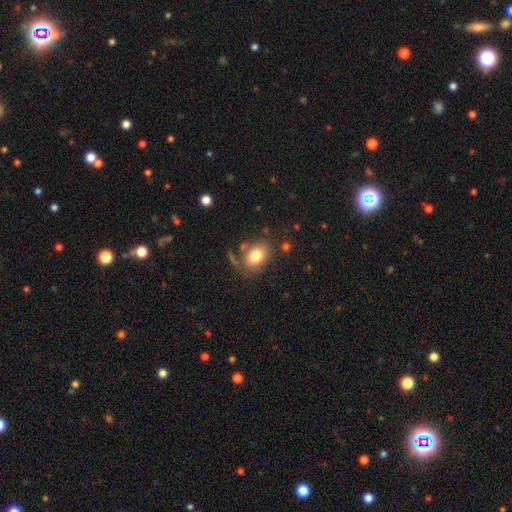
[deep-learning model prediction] Q: Smooth or featured?
A: smooth (79%); runner-up: featured or disk (12%)
Q: How rounded?
A: in between (71%); runner-up: round (27%)
Q: Merging?
A: none (67%); runner-up: minor disturbance (17%)